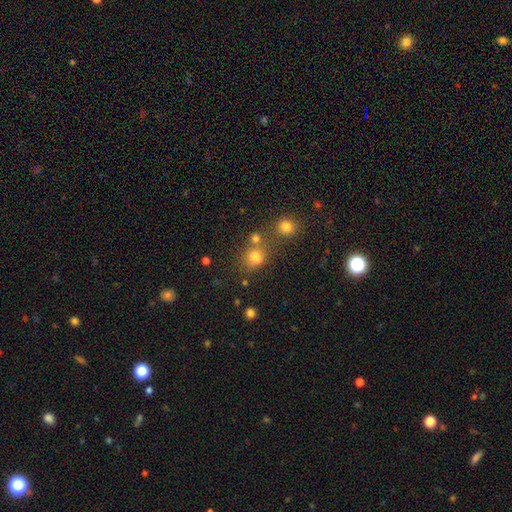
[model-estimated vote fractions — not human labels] Overall: smooth (69%). How rounded: round (55%; in between 43%). Merging: none (47%; merger 33%).